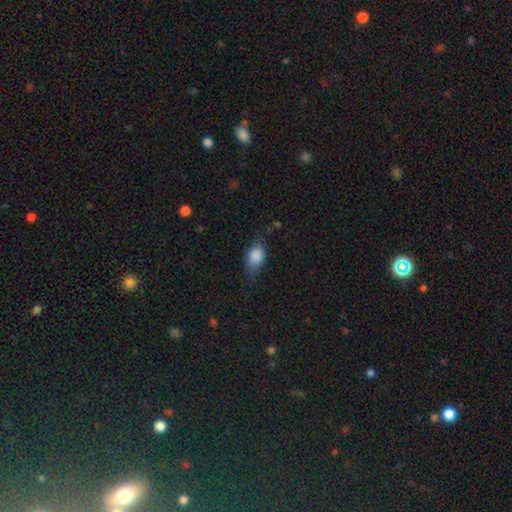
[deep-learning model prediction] Overall: smooth (86%). How rounded: in between (82%). Merging: none (63%; minor disturbance 27%).